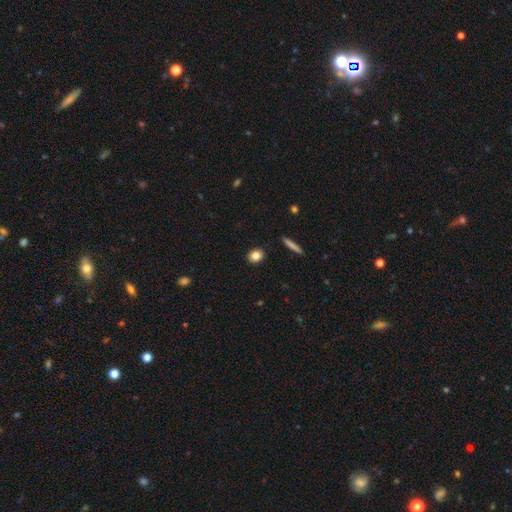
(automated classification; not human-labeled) smooth 84%, star or artifact 9%, featured or disk 7%. Down the decision tree: how rounded — in between (52%); merging — none (90%).